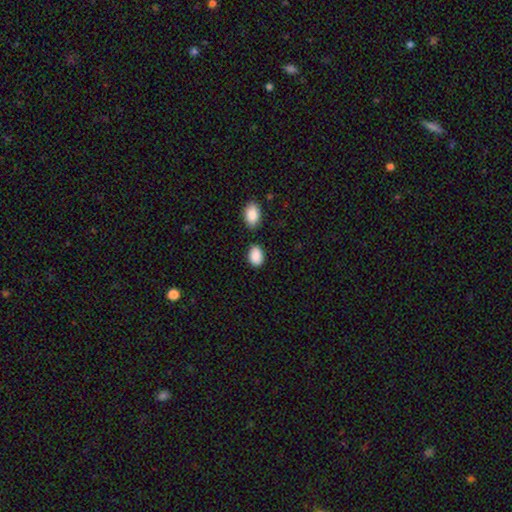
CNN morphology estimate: smooth-or-featured: smooth: 89% | star or artifact: 7% | featured or disk: 4%
  how-rounded: in between: 84% | round: 15% | cigar-shaped: 1%
  merging: none: 75% | minor disturbance: 15% | merger: 7% | major disturbance: 3%